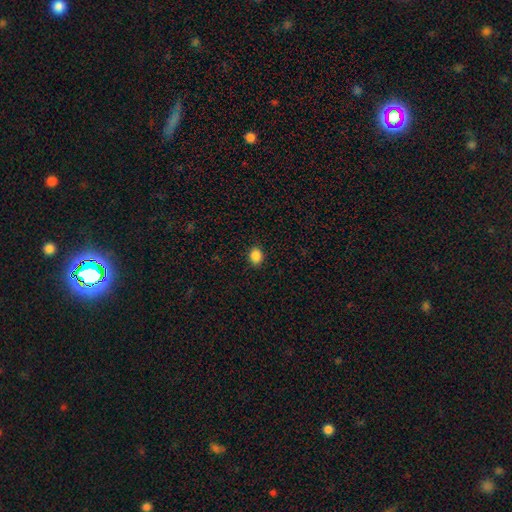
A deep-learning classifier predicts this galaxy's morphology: smooth_or_featured: smooth (p=0.87) [alt: star or artifact p=0.10]
how_rounded: round (p=0.60) [alt: in between p=0.40]
merging: none (p=0.90) [alt: minor disturbance p=0.07]